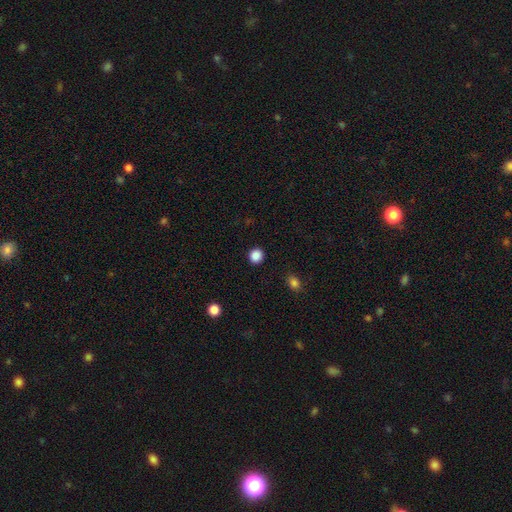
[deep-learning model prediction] This appears to be a smooth galaxy with no disk features (88%) that is round (89%). Merging: none (92%).